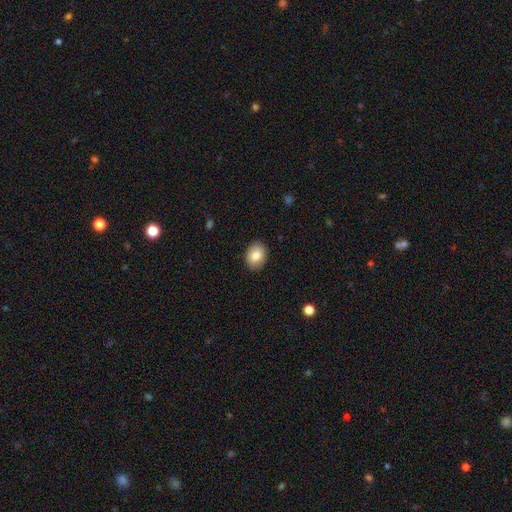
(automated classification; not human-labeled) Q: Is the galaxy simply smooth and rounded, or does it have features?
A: smooth — 85%.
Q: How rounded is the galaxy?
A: in between — 60%.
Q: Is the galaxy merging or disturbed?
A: none — 89%.